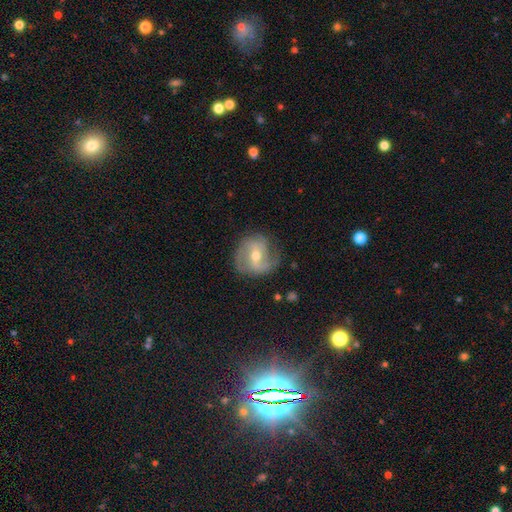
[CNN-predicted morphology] This is likely a featured or disk galaxy (75%). It is clearly not viewed edge-on (97%). Bar: possibly weak (46%). Spiral arm pattern: clearly yes (90%). Spiral arm count: likely 2 (61%). Spiral winding: possibly medium (46%). Central bulge: likely moderate (61%). Merging: likely none (71%).